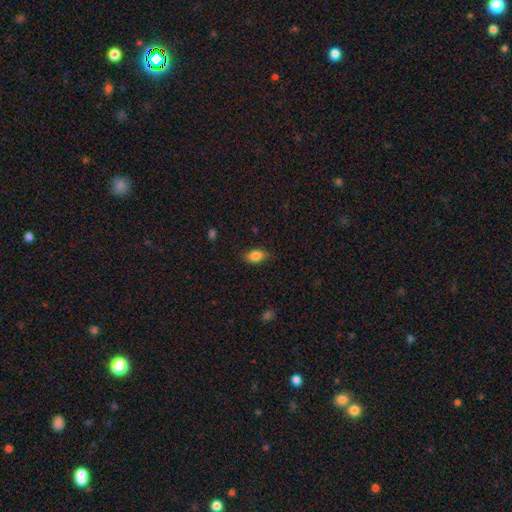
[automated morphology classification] The model was most divided on "merging": none: 82%, minor disturbance: 13%, major disturbance: 3%, merger: 1%. More confident: how rounded — in between (87%); smooth or featured — smooth (85%).